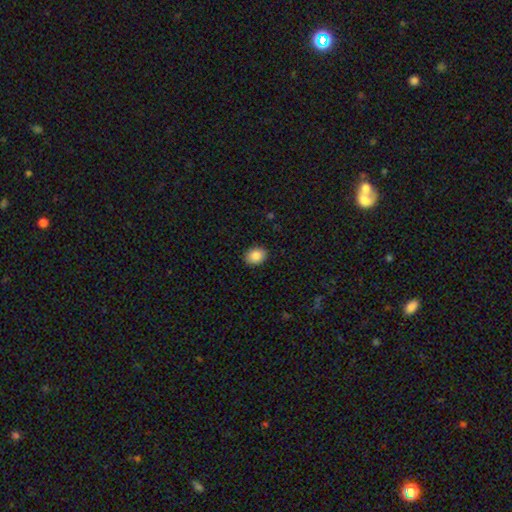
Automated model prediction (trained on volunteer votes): This is clearly a smooth galaxy (87%). How rounded: likely in between (65%). Merging: clearly none (89%).